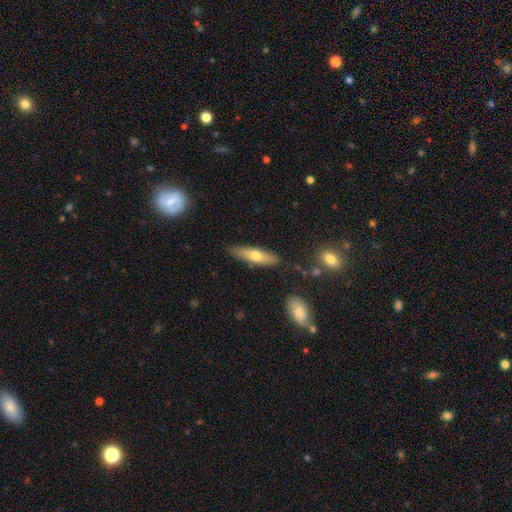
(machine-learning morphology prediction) This is possibly a smooth galaxy (57%). How rounded: likely cigar-shaped (70%). Merging: clearly none (85%).